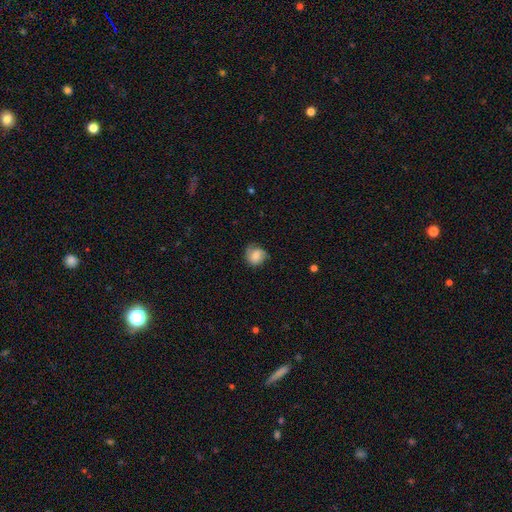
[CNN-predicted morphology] smooth_or_featured: smooth (p=0.63) [alt: featured or disk p=0.28]
how_rounded: round (p=0.78) [alt: in between p=0.21]
merging: none (p=0.64) [alt: minor disturbance p=0.26]